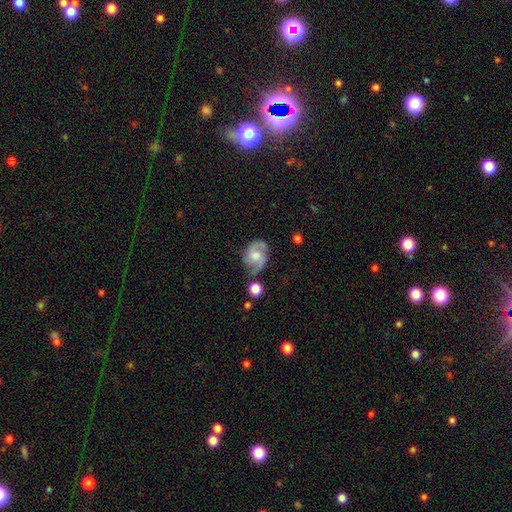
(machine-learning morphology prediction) Smooth or featured: featured or disk — 70% (smooth — 23%)
Edge-on disk: no — 97% (yes — 3%)
Bar: no — 59% (weak — 36%)
Spiral arms: yes — 92% (no — 8%)
Spiral winding: medium — 51% (loose — 27%)
Spiral arm count: 2 — 78% (can't tell — 8%)
Bulge size: moderate — 52% (small — 24%)
Merging: none — 61% (minor disturbance — 23%)